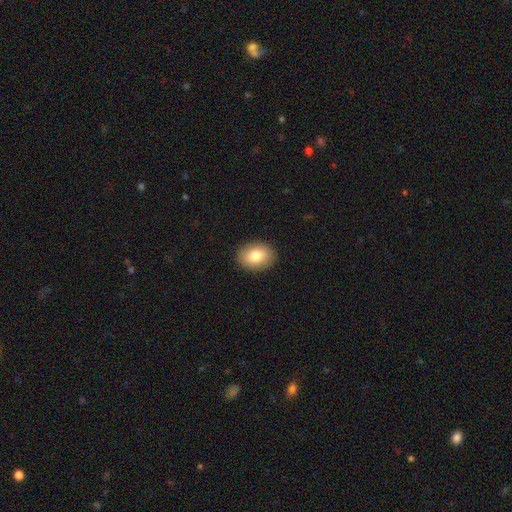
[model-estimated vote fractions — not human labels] The model was most divided on "how rounded": in between: 75%, round: 24%, cigar-shaped: 1%. More confident: merging — none (90%); smooth or featured — smooth (82%).